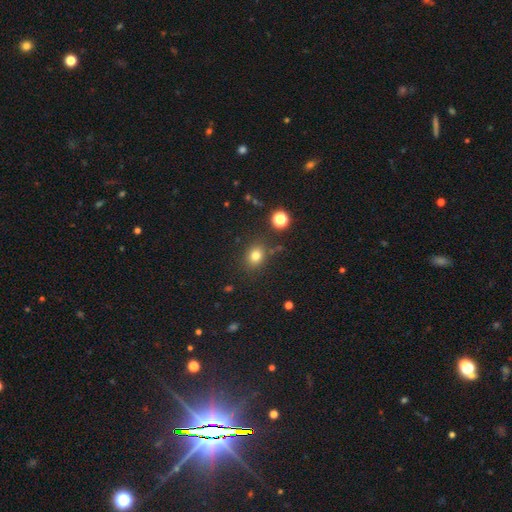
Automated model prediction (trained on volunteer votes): The model was most divided on "how rounded": round: 59%, in between: 40%, cigar-shaped: 1%. More confident: merging — none (80%); smooth or featured — smooth (77%).